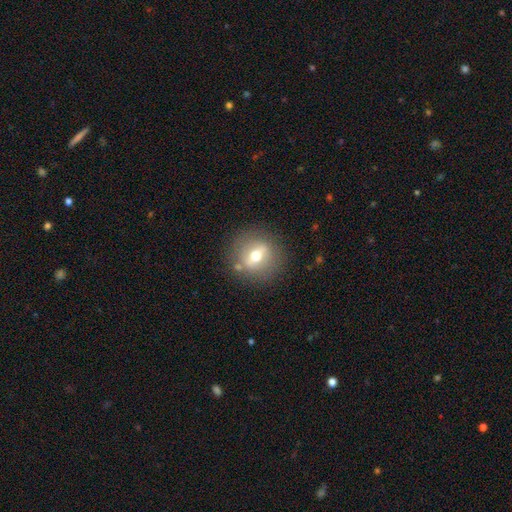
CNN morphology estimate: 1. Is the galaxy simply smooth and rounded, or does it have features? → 46% featured or disk, 44% smooth, 10% star or artifact.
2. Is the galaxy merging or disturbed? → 83% none, 10% minor disturbance, 4% major disturbance, 3% merger.